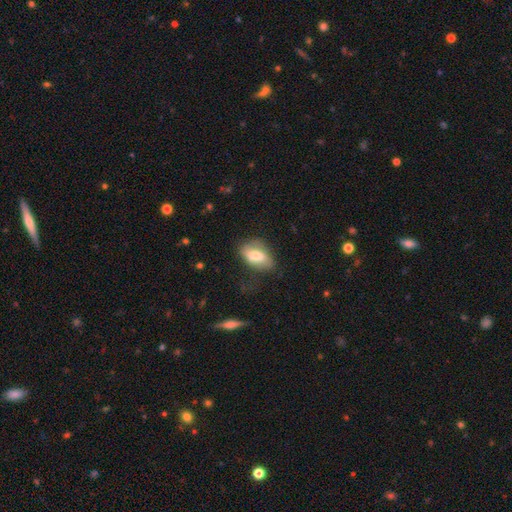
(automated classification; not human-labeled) smooth 67%, featured or disk 26%, star or artifact 7%. Down the decision tree: how rounded — in between (90%); merging — none (61%).